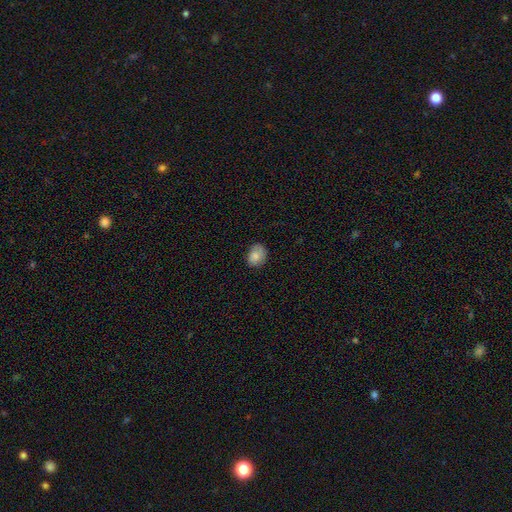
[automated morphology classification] smooth 84%, star or artifact 8%, featured or disk 8%. Down the decision tree: how rounded — in between (56%); merging — none (78%).